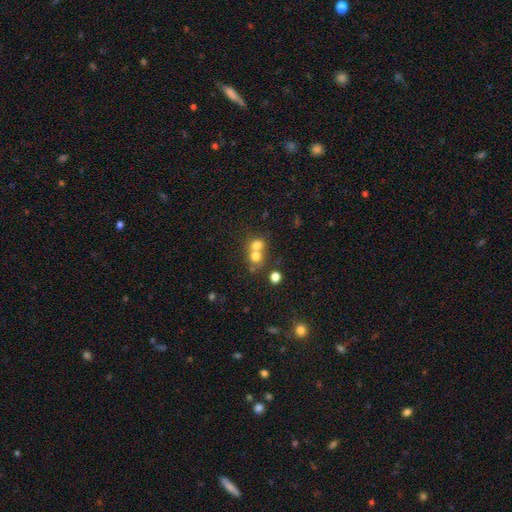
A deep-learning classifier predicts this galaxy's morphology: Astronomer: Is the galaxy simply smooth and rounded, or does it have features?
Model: smooth — 71%.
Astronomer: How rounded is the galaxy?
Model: round — 79%.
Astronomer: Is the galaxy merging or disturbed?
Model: merger — 60%.